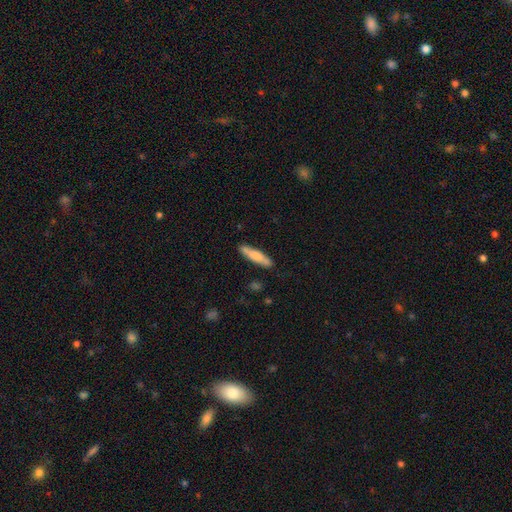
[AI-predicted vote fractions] smooth 69%, featured or disk 26%, star or artifact 5%. Down the decision tree: how rounded — cigar-shaped (82%); merging — none (86%).